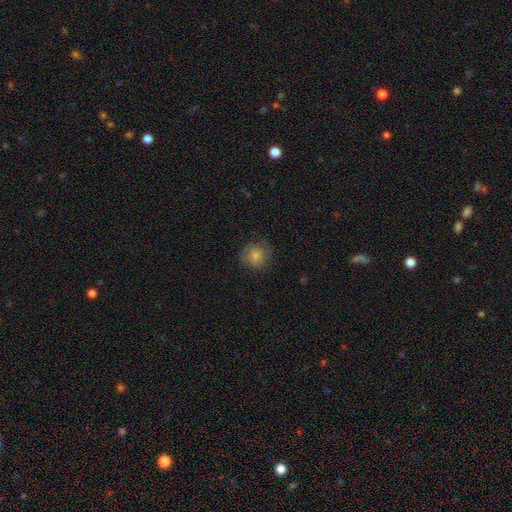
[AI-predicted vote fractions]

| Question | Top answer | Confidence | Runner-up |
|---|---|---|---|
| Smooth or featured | smooth | 77% | featured or disk (14%) |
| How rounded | round | 87% | in between (12%) |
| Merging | none | 76% | minor disturbance (17%) |